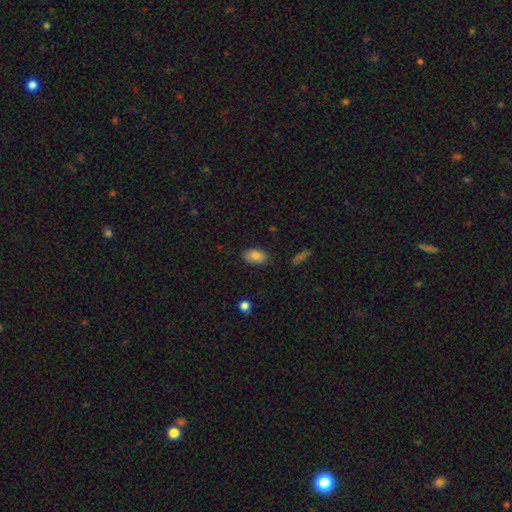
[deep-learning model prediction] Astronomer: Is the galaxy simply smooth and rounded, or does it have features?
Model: smooth — 82%.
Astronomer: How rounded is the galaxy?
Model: in between — 92%.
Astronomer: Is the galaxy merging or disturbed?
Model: none — 83%.